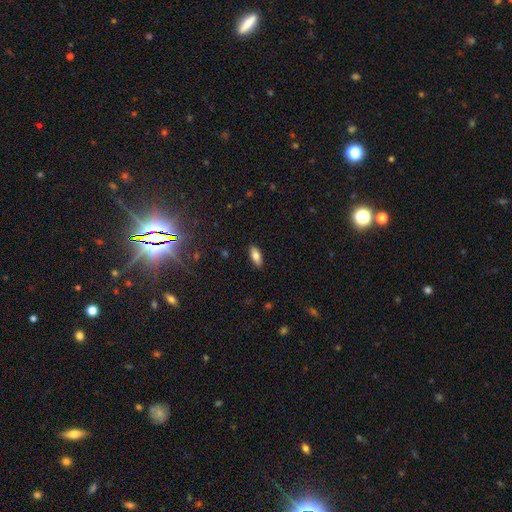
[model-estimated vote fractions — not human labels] Overall: smooth (80%). How rounded: in between (83%). Merging: none (88%).